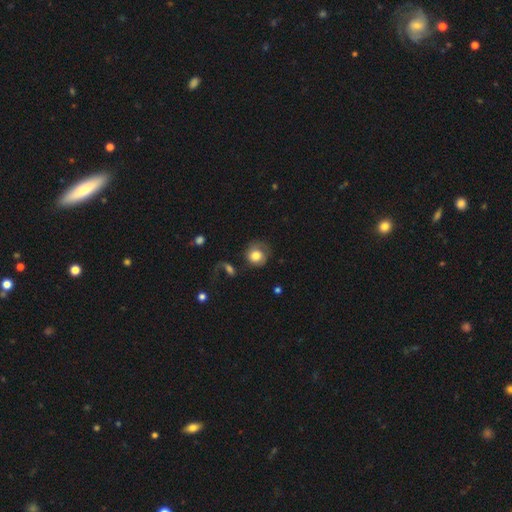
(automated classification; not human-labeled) A smooth galaxy with no disk features (69%) that is round (85%). Merging: none (54%).